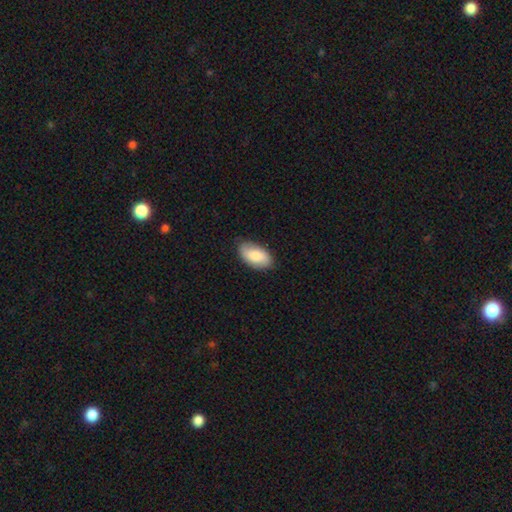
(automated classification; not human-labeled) This appears to be a smooth galaxy with no disk features (78%) that is in between round and cigar-shaped (95%). Merging: none (81%).